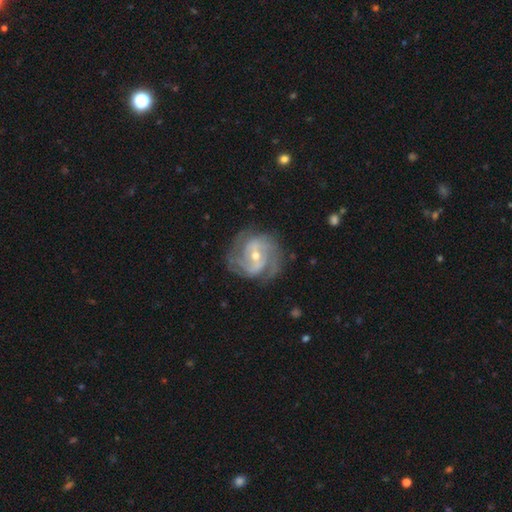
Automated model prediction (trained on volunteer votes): This appears to be a featured or disk galaxy (89%) with a weak bar (46%), 2 (41%) tight (47%) spiral arms (97%) and a small central bulge (51%). Merging: none (76%).